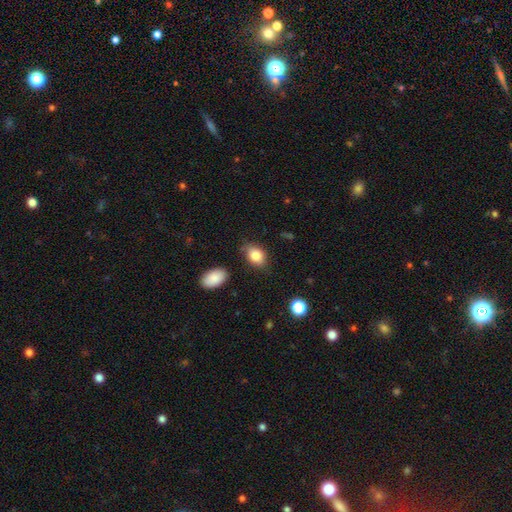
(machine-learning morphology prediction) Smooth or featured? smooth (84%)
How rounded? in between (82%)
Merging? none (74%)